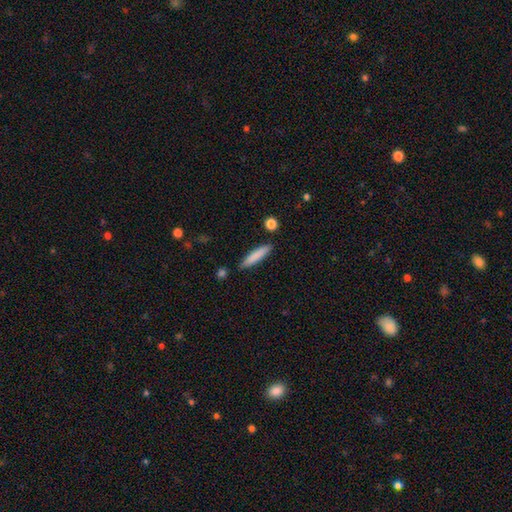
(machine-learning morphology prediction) Smooth or featured? smooth (81%)
How rounded? cigar-shaped (87%)
Merging? none (85%)